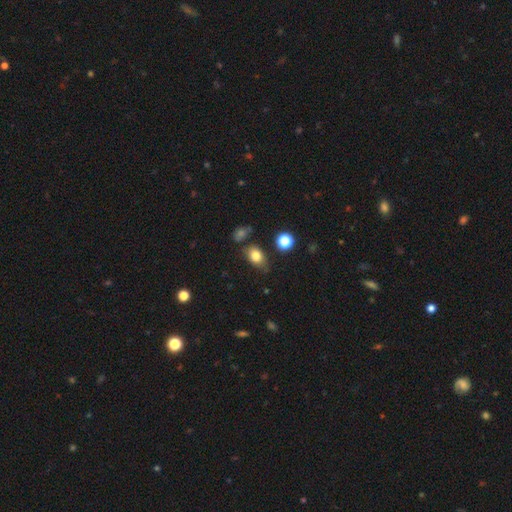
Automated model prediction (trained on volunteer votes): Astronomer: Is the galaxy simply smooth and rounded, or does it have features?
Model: smooth — 80%.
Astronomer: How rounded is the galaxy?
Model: in between — 76%.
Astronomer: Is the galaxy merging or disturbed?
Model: none — 69%.